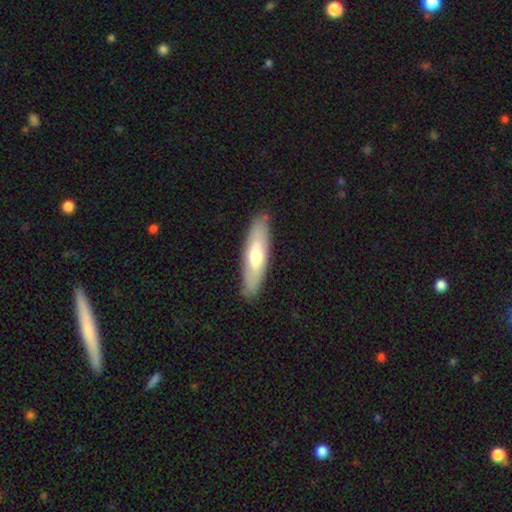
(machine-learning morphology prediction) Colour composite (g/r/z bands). It shows a smooth galaxy with no disk features (58%) that is cigar-shaped (60%). Merging: none (87%).